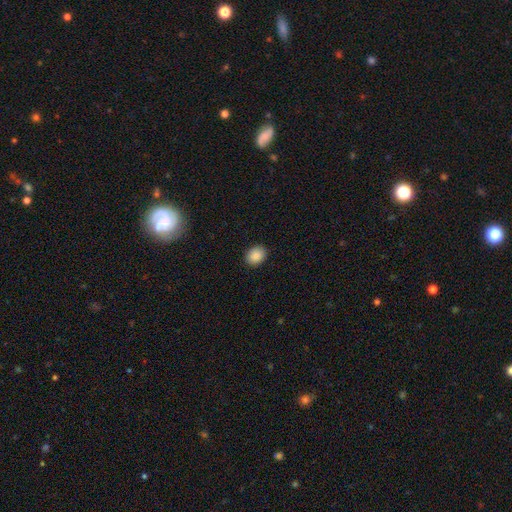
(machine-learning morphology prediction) Overall: smooth (89%). How rounded: round (54%; in between 46%). Merging: none (90%).